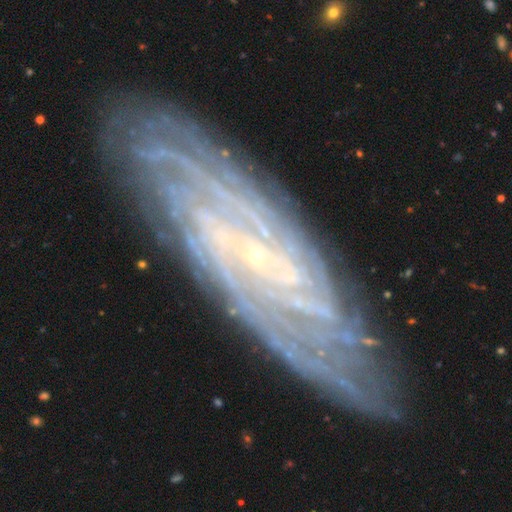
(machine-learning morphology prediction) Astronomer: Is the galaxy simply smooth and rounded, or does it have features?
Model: featured or disk — 85%.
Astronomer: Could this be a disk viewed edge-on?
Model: no — 82%.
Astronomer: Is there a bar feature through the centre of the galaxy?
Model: no — 52% (runner-up: weak, 33%).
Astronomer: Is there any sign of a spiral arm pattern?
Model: yes — 96%.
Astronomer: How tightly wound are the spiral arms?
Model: tight — 70%.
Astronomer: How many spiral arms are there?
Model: can't tell — 36% (runner-up: 2, 16%).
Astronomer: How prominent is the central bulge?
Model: small — 86%.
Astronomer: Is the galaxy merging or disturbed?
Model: none — 83%.